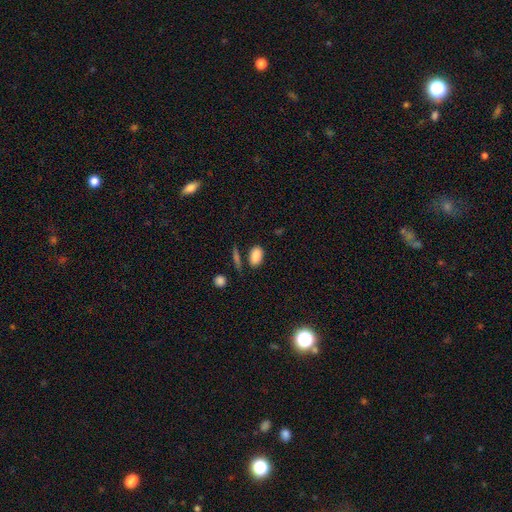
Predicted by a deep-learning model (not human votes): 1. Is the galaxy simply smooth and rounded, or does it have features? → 87% smooth, 8% star or artifact, 5% featured or disk.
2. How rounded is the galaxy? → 91% in between, 7% round, 3% cigar-shaped.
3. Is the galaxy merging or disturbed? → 75% none, 13% minor disturbance, 7% merger, 4% major disturbance.